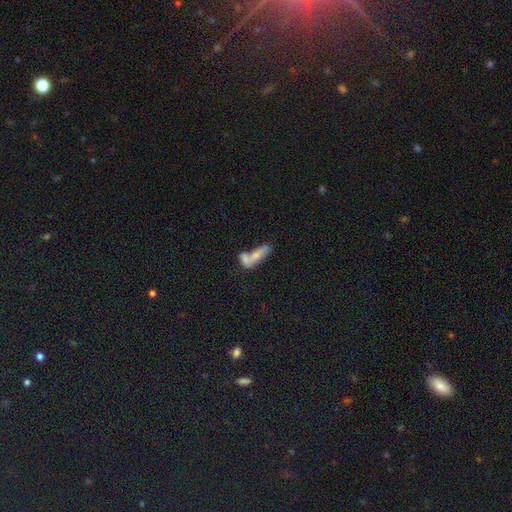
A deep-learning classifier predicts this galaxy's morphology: Smooth or featured? smooth (65%)
How rounded? in between (57%)
Merging? merger (53%)